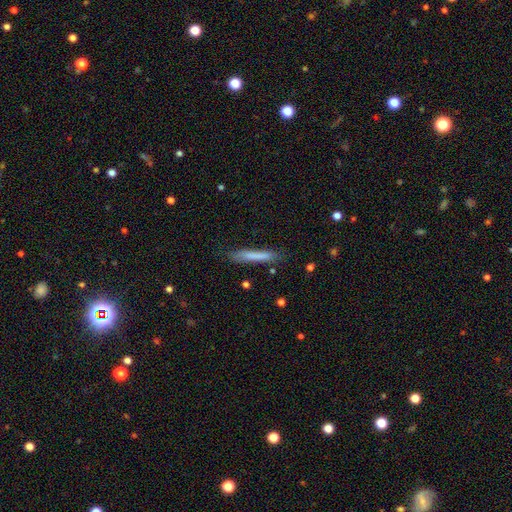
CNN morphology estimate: This is likely a smooth galaxy (74%). How rounded: clearly cigar-shaped (94%). Merging: likely none (79%).